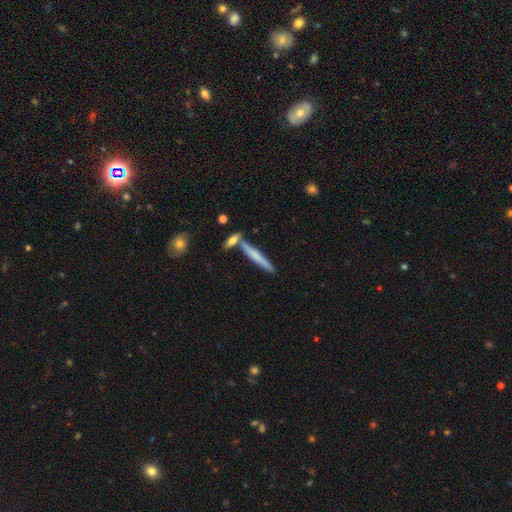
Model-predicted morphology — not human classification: Smooth or featured?
  - smooth: 54% *
  - featured or disk: 40%
  - star or artifact: 6%
How rounded?
  - cigar-shaped: 93% *
  - in between: 5%
  - round: 2%
Merging?
  - none: 73% *
  - merger: 16%
  - minor disturbance: 9%
  - major disturbance: 2%